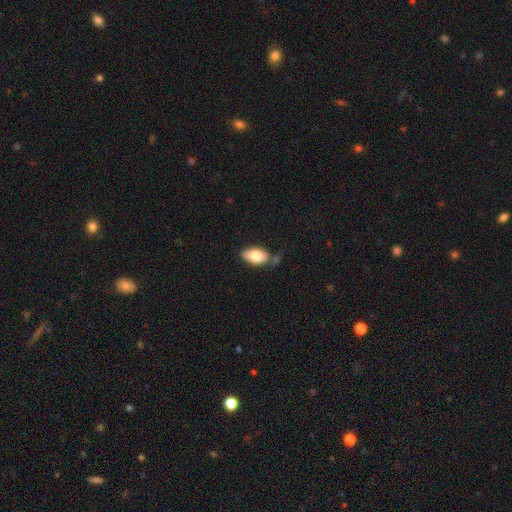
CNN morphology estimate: type=smooth (77%); roundness=in between (92%); merging=none (62%).